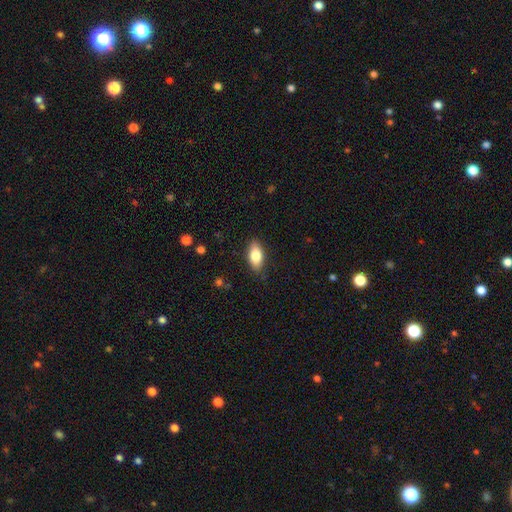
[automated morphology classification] smooth_or_featured: smooth (p=0.81) [alt: featured or disk p=0.12]
how_rounded: in between (p=0.88) [alt: cigar-shaped p=0.08]
merging: none (p=0.85) [alt: minor disturbance p=0.11]